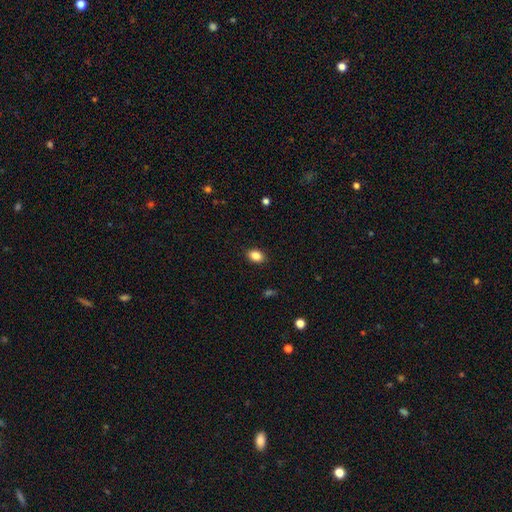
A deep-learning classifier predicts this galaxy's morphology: Overall: smooth (86%). How rounded: in between (78%). Merging: none (89%).